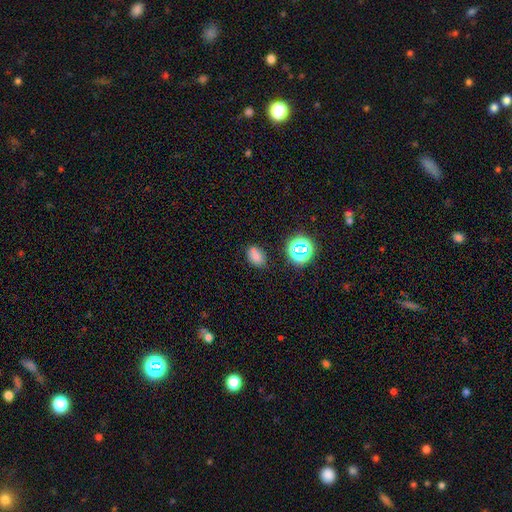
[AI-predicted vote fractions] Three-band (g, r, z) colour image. It shows a smooth galaxy with no disk features (73%) that is in between round and cigar-shaped (78%). Merging: none (73%).